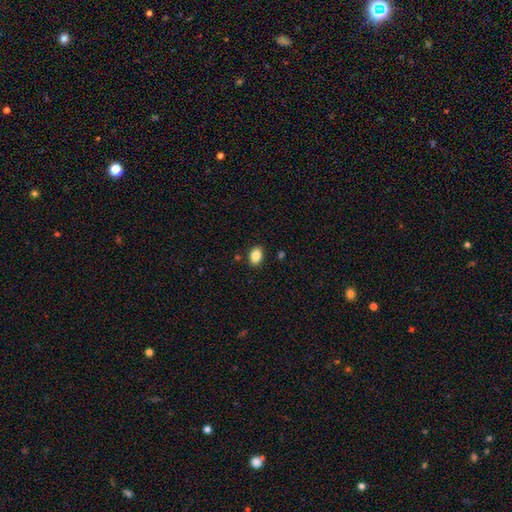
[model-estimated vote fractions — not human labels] The model was most divided on "how rounded": in between: 80%, round: 18%, cigar-shaped: 1%. More confident: merging — none (87%); smooth or featured — smooth (85%).